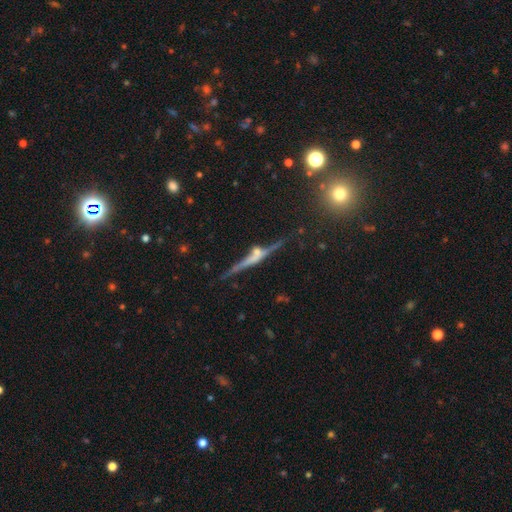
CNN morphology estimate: type=featured or disk (75%); edge-on=yes (96%); edge-on bulge=rounded (72%); merging=none (77%).